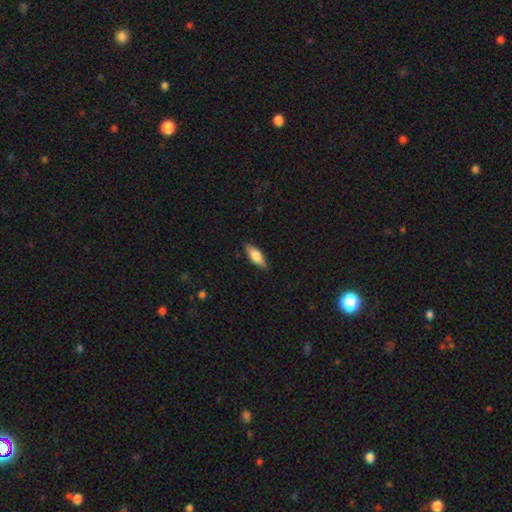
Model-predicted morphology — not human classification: smooth-or-featured: smooth: 73% | featured or disk: 21% | star or artifact: 6%
  how-rounded: in between: 70% | cigar-shaped: 27% | round: 2%
  merging: none: 87% | minor disturbance: 10% | major disturbance: 2% | merger: 1%